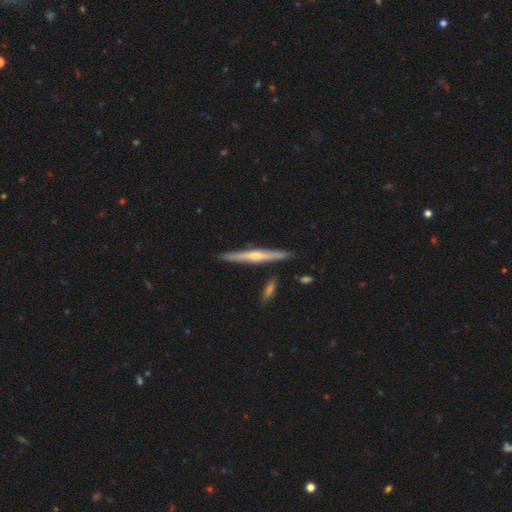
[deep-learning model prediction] Smooth or featured: featured or disk — 72% (smooth — 22%)
Edge-on disk: yes — 98% (no — 2%)
Edge-on bulge: rounded — 78% (none — 16%)
Merging: none — 88% (minor disturbance — 7%)